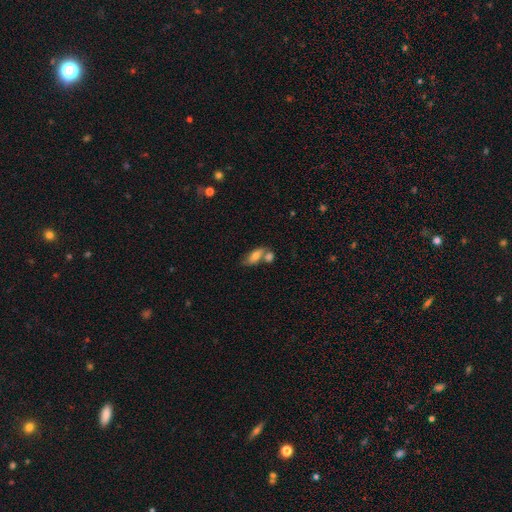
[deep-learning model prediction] Morphology: type=smooth (70%); roundness=in between (78%); merging=none (42%).